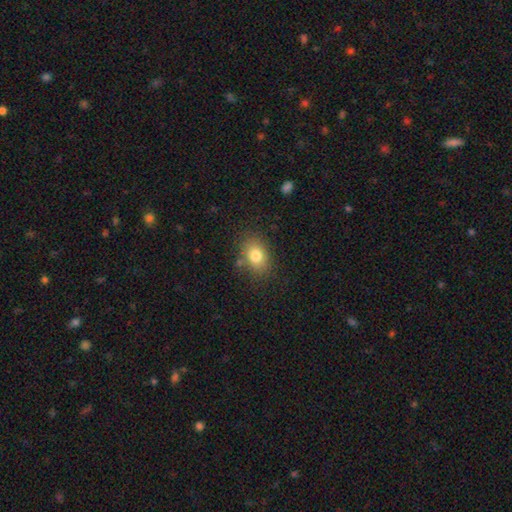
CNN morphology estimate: Smooth or featured? smooth (79%)
How rounded? in between (70%)
Merging? none (80%)